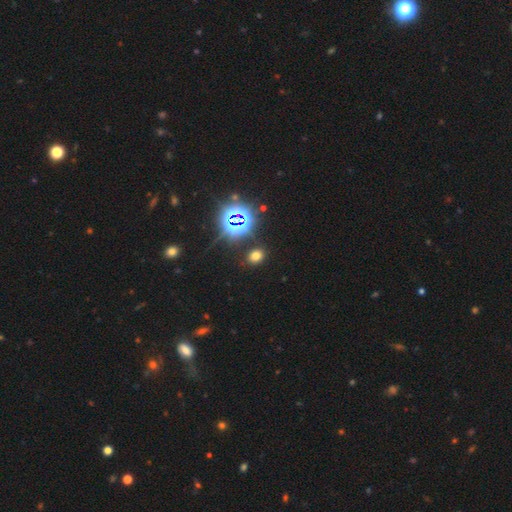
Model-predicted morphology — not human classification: A smooth galaxy with no disk features (63%) that is in between round and cigar-shaped (55%).

Vote fractions:
- Smooth or featured? smooth: 63% / star or artifact: 31% / featured or disk: 7%
- How rounded? in between: 55% / round: 44% / cigar-shaped: 1%
- Merging? none: 86% / minor disturbance: 8% / major disturbance: 3% / merger: 2%